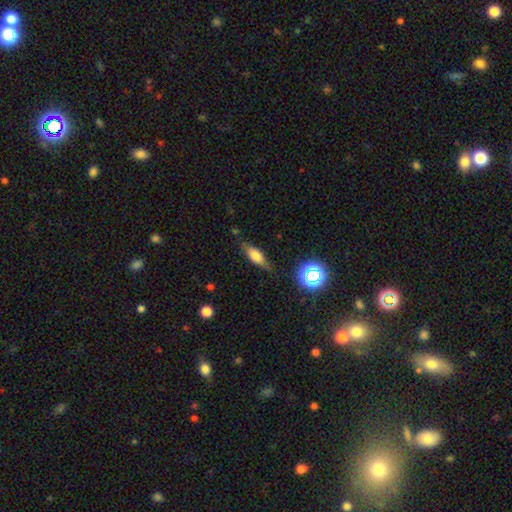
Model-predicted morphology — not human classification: smooth-or-featured: smooth: 59% | featured or disk: 30% | star or artifact: 11%
  how-rounded: in between: 54% | cigar-shaped: 41% | round: 5%
  merging: none: 76% | minor disturbance: 17% | major disturbance: 4% | merger: 2%